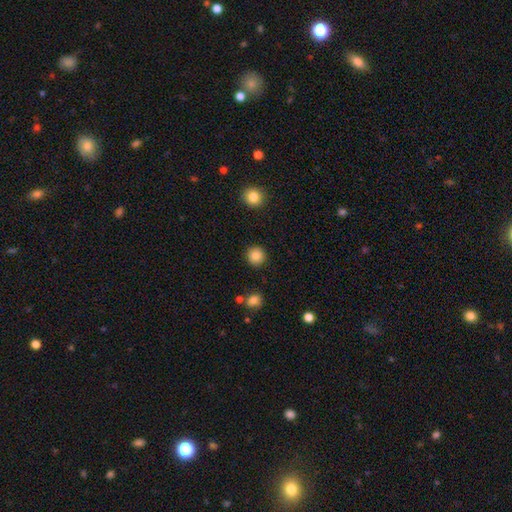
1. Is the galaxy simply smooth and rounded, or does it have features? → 92% smooth, 8% star or artifact, 0% featured or disk.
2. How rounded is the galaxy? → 97% round, 3% in between, 0% cigar-shaped.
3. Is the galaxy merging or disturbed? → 94% none, 6% merger, 0% minor disturbance, 0% major disturbance.